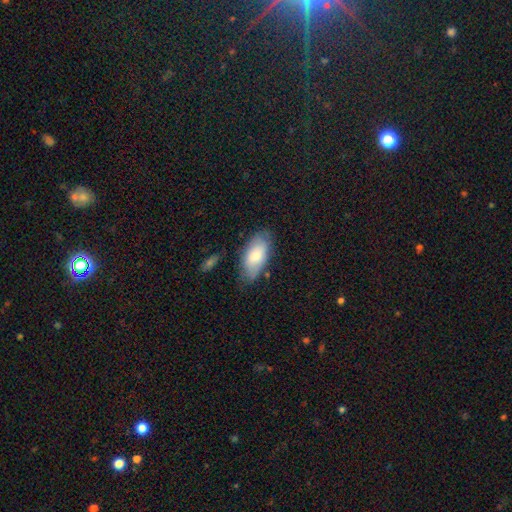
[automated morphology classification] smooth 73%, featured or disk 21%, star or artifact 6%. Down the decision tree: how rounded — in between (91%); merging — none (70%).